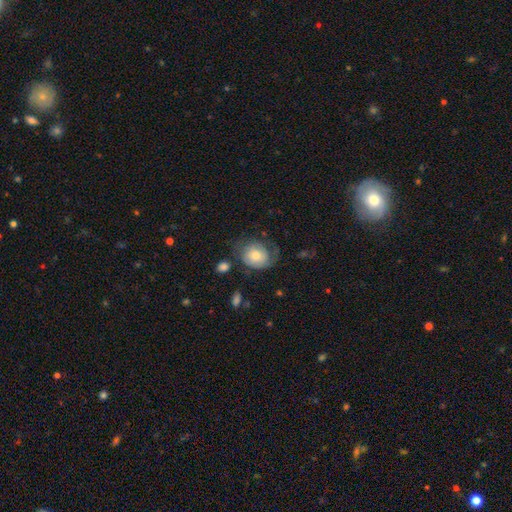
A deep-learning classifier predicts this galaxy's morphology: smooth_or_featured: smooth (p=0.64) [alt: featured or disk p=0.28]
how_rounded: round (p=0.55) [alt: in between p=0.44]
merging: none (p=0.44) [alt: minor disturbance p=0.29]